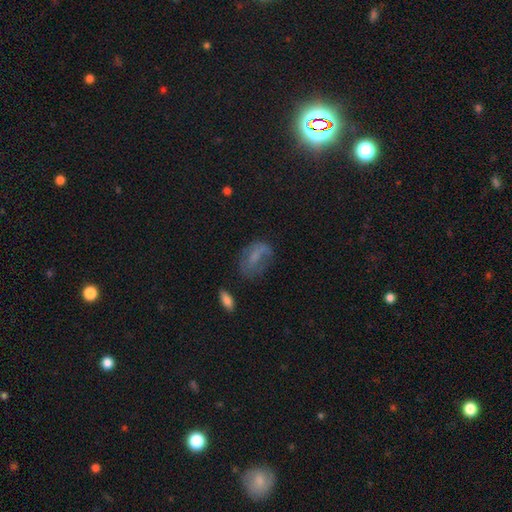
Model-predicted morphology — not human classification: smooth 51%, featured or disk 31%, star or artifact 18%. Down the decision tree: how rounded — in between (80%); merging — none (46%).